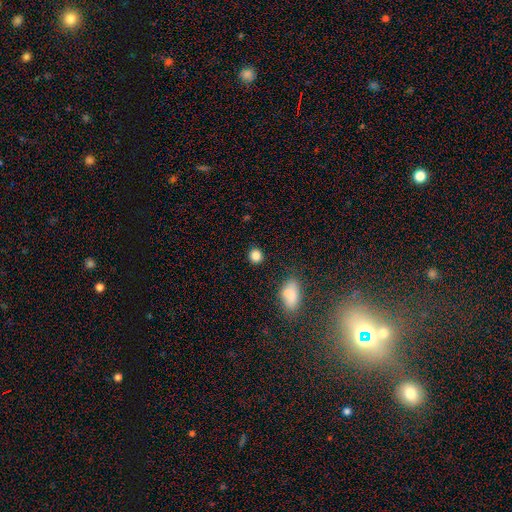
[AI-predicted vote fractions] Smooth or featured? smooth (85%)
How rounded? round (86%)
Merging? none (87%)